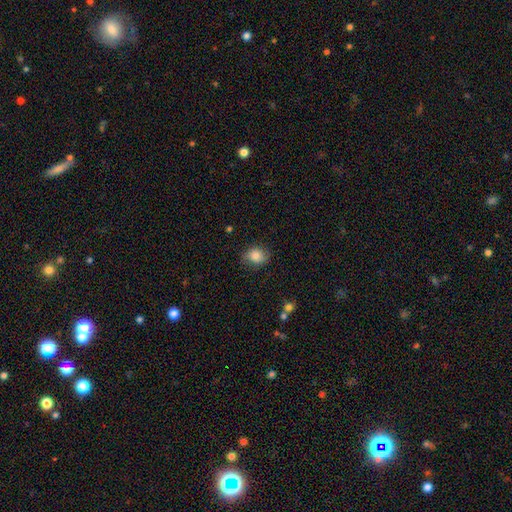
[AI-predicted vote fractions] A smooth galaxy with no disk features (84%) that is round (51%). Merging: none (76%).